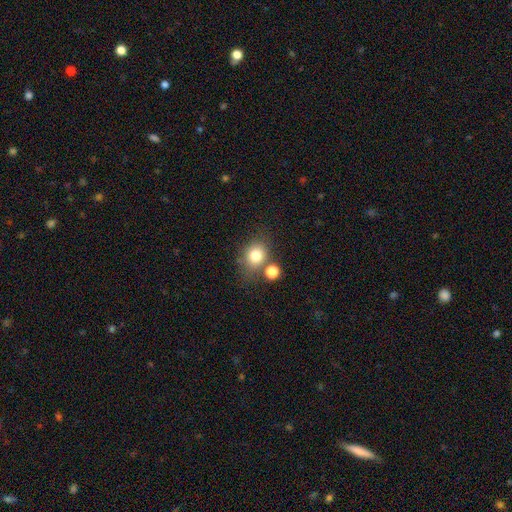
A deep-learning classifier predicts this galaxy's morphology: Smooth or featured?
  - smooth: 78% *
  - star or artifact: 12%
  - featured or disk: 10%
How rounded?
  - round: 65% *
  - in between: 34%
  - cigar-shaped: 1%
Merging?
  - none: 64% *
  - merger: 17%
  - minor disturbance: 13%
  - major disturbance: 5%